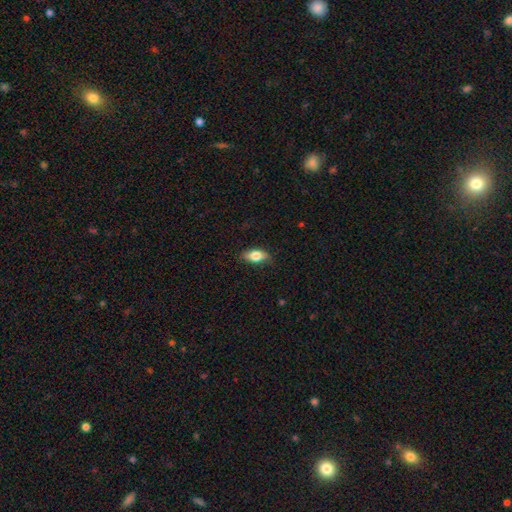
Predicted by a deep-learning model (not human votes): This appears to be a smooth galaxy with no disk features (75%) that is in between round and cigar-shaped (84%). Merging: none (78%).